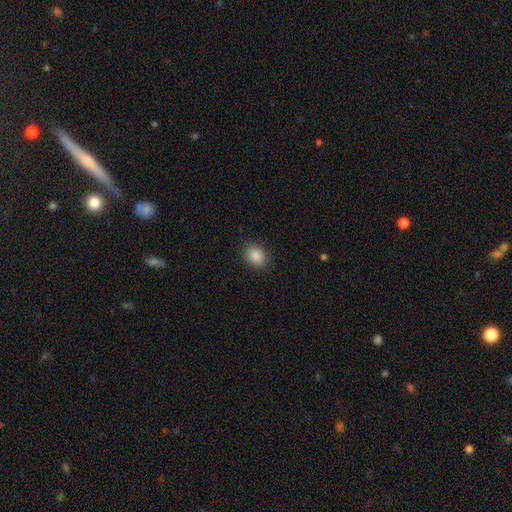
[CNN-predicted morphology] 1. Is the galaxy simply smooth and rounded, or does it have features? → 88% smooth, 9% star or artifact, 4% featured or disk.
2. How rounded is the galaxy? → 53% in between, 46% round, 1% cigar-shaped.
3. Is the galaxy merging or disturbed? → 89% none, 8% minor disturbance, 3% major disturbance, 1% merger.